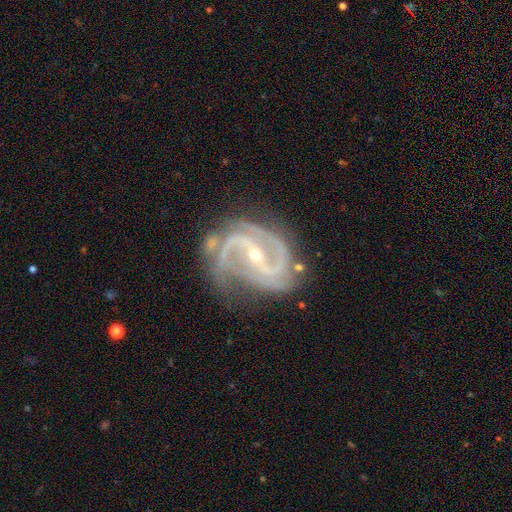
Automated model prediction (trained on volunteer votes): Smooth or featured? featured or disk (93%)
Edge-on disk? no (98%)
Bar? strong (53%)
Spiral arms? yes (98%)
Spiral winding? medium (56%)
Spiral arm count? 2 (58%)
Bulge size? small (70%)
Merging? none (56%)